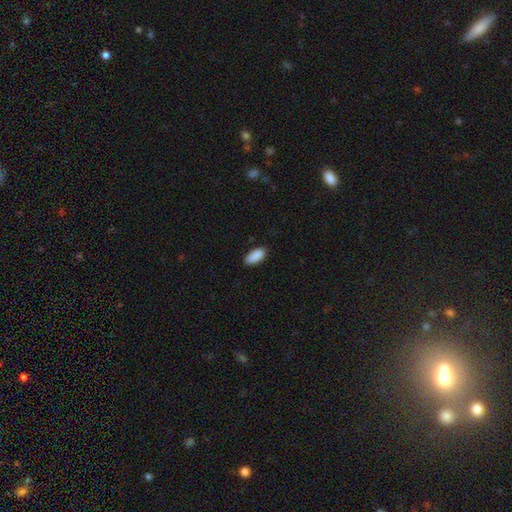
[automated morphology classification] The model was most divided on "merging": none: 83%, minor disturbance: 14%, major disturbance: 2%, merger: 1%. More confident: smooth or featured — smooth (90%); how rounded — in between (88%).